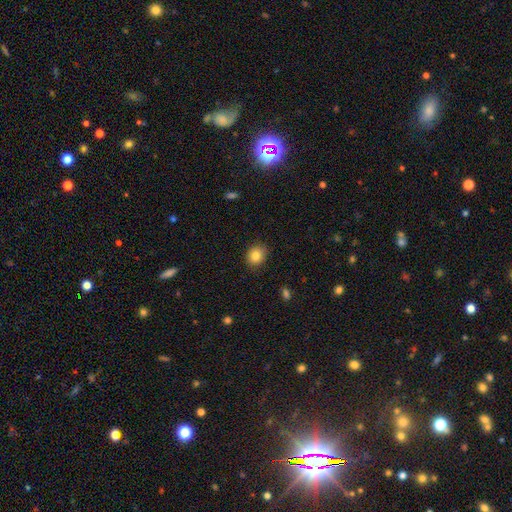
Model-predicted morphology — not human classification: smooth 83%, star or artifact 10%, featured or disk 7%. Down the decision tree: how rounded — round (66%); merging — none (86%).